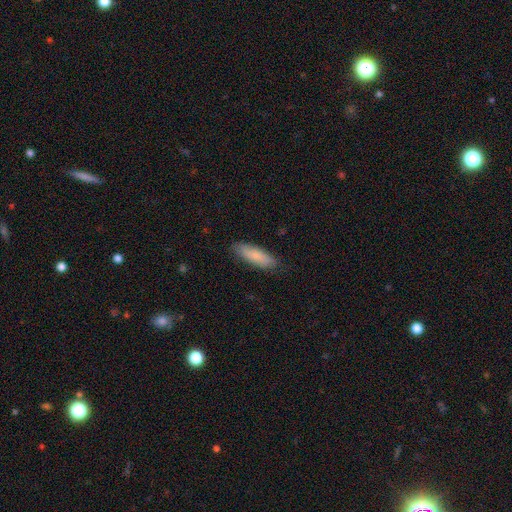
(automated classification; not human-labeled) Smooth or featured: smooth — 81% (featured or disk — 13%)
How rounded: cigar-shaped — 50% (in between — 49%)
Merging: none — 84% (minor disturbance — 13%)